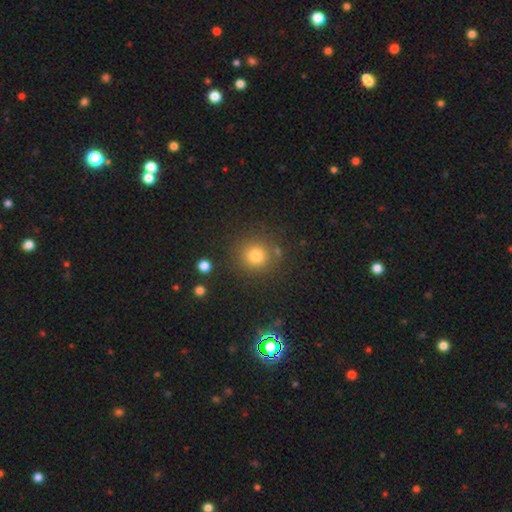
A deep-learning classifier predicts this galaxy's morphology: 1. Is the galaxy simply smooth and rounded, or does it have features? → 77% smooth, 16% star or artifact, 7% featured or disk.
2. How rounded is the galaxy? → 92% round, 7% in between, 1% cigar-shaped.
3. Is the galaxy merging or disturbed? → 84% none, 8% minor disturbance, 5% merger, 3% major disturbance.